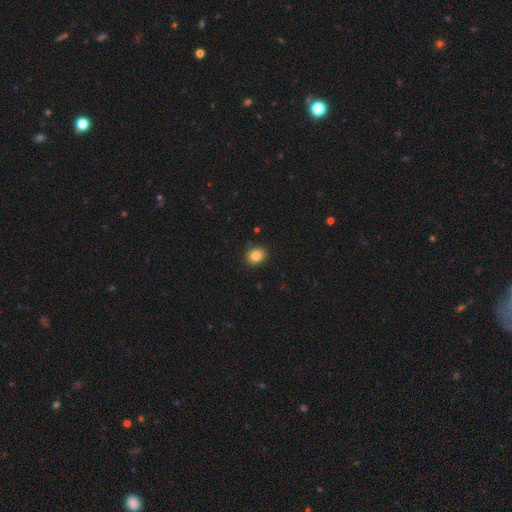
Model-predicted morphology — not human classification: Q: Smooth or featured?
A: smooth (85%); runner-up: star or artifact (10%)
Q: How rounded?
A: round (69%); runner-up: in between (30%)
Q: Merging?
A: none (89%); runner-up: minor disturbance (8%)